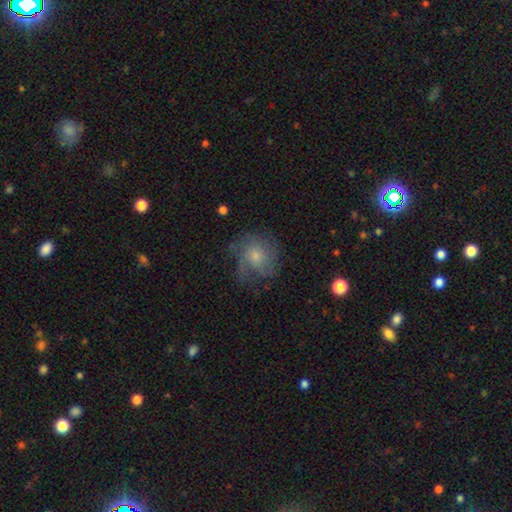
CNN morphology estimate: featured or disk 54%, smooth 34%, star or artifact 12%. Down the decision tree: edge-on disk — no (97%); bar — no (80%); spiral arms — yes (83%); bulge size — small (45%); merging — none (63%).